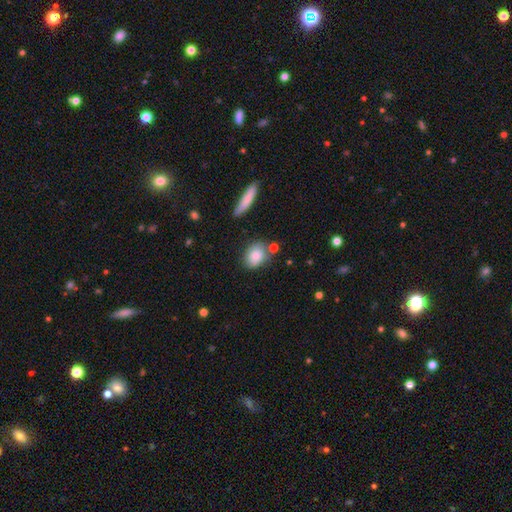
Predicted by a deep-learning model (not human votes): The model was most divided on "how rounded": in between: 61%, round: 36%, cigar-shaped: 3%. More confident: smooth or featured — smooth (80%); merging — none (64%).